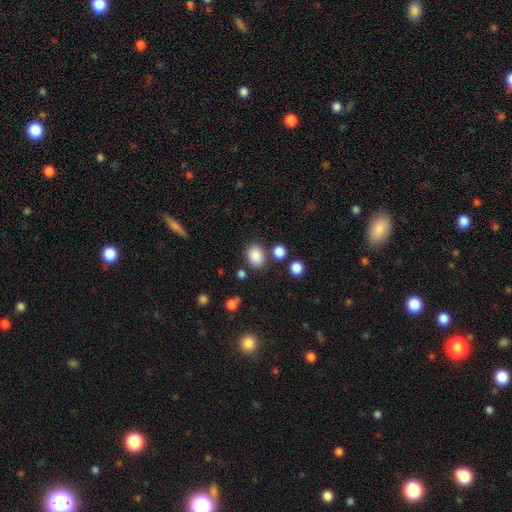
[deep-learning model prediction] A smooth galaxy with no disk features (86%) that is in between round and cigar-shaped (54%). Merging: none (76%).